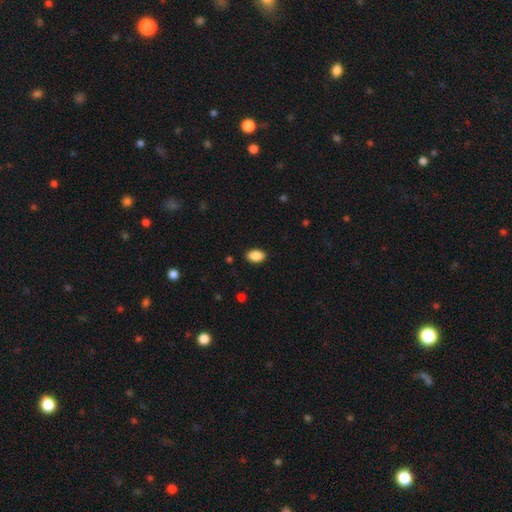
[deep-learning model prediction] Overall: smooth (88%). How rounded: in between (90%). Merging: none (89%).